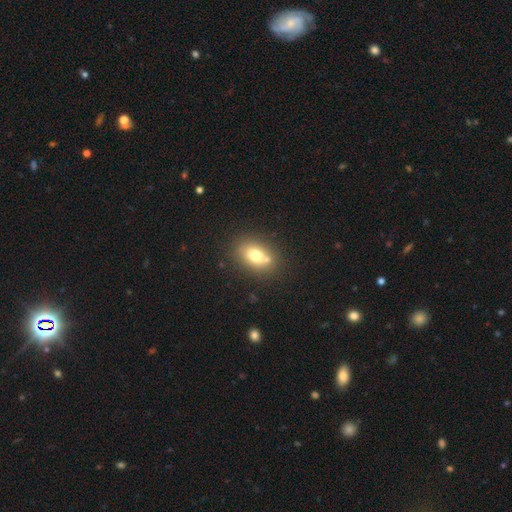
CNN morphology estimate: Smooth or featured? smooth (72%)
How rounded? in between (75%)
Merging? none (67%)